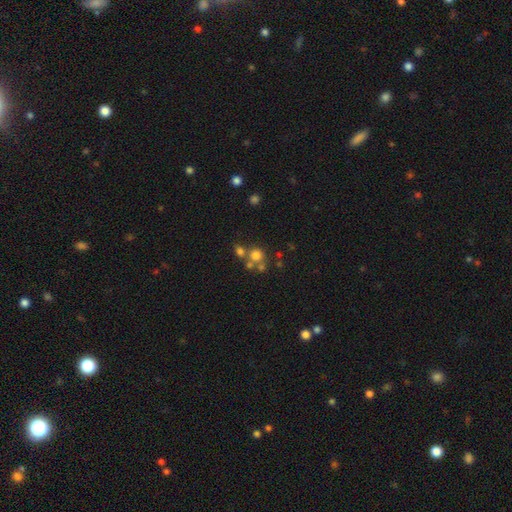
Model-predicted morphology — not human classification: type=smooth (67%); roundness=round (87%); merging=none (50%).